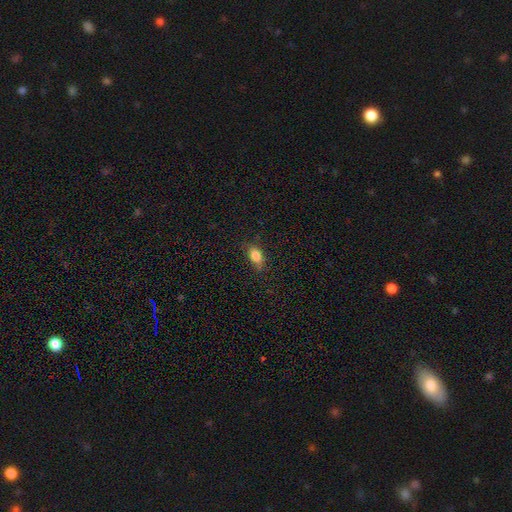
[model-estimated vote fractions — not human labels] A smooth galaxy with no disk features (83%) that is in between round and cigar-shaped (79%).

Vote fractions:
- Smooth or featured? smooth: 83% / star or artifact: 10% / featured or disk: 7%
- How rounded? in between: 79% / round: 15% / cigar-shaped: 6%
- Merging? none: 71% / minor disturbance: 22% / major disturbance: 6% / merger: 1%